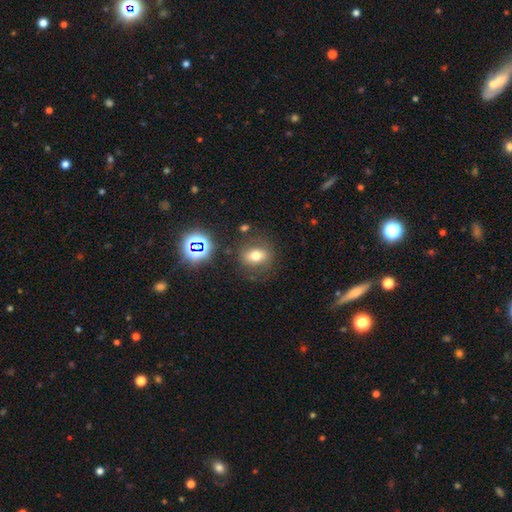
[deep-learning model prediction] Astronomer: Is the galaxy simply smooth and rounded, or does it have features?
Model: smooth — 65%.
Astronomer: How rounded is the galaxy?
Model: in between — 54% (runner-up: round, 45%).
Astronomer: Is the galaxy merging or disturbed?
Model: none — 75%.